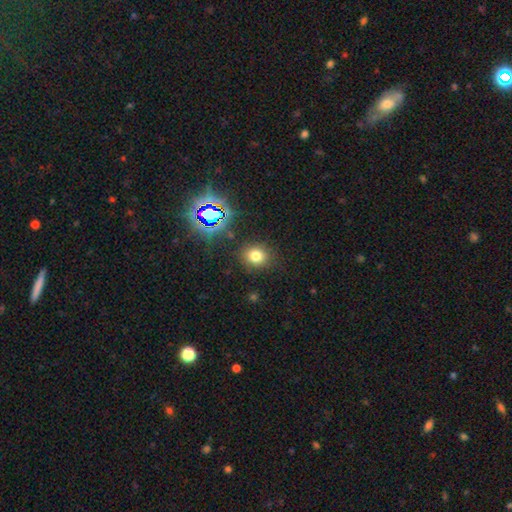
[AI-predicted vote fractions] Q: Smooth or featured?
A: smooth (72%); runner-up: star or artifact (20%)
Q: How rounded?
A: round (71%); runner-up: in between (28%)
Q: Merging?
A: none (85%); runner-up: minor disturbance (9%)